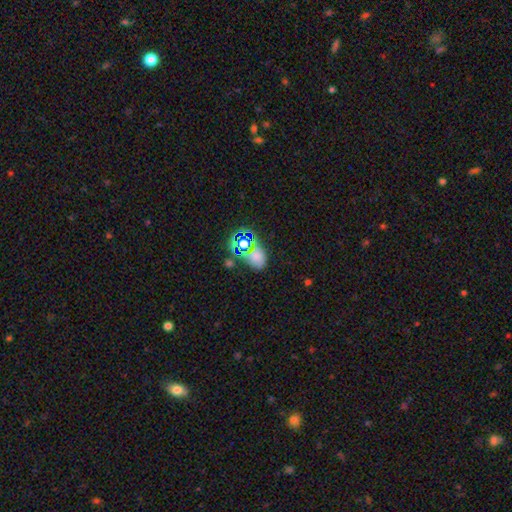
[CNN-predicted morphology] smooth_or_featured: smooth (p=0.61) [alt: star or artifact p=0.31]
how_rounded: in between (p=0.67) [alt: round p=0.32]
merging: none (p=0.65) [alt: minor disturbance p=0.16]